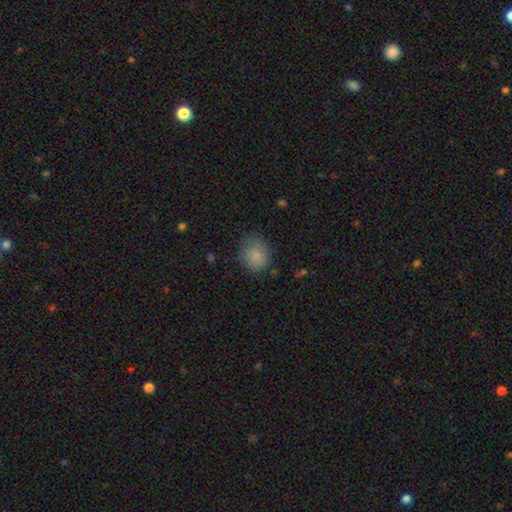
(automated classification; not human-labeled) smooth 83%, star or artifact 8%, featured or disk 8%. Down the decision tree: how rounded — round (71%); merging — none (68%).